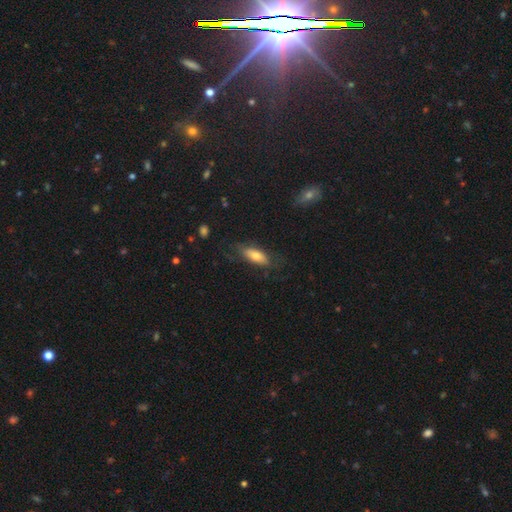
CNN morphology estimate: This appears to be a smooth galaxy with no disk features (69%) that is in between round and cigar-shaped (66%). Merging: none (70%).